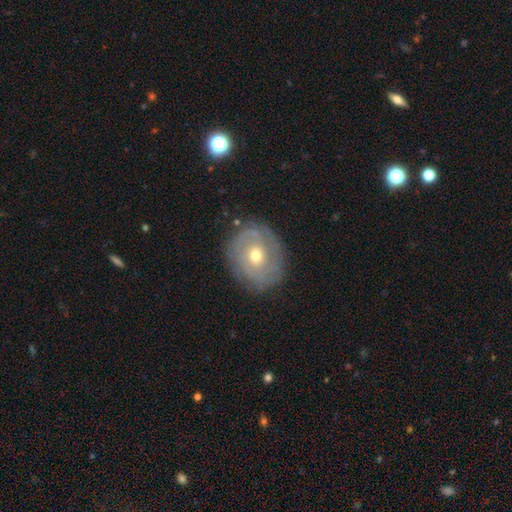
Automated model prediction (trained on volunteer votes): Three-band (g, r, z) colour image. It shows a featured or disk galaxy (68%) with no bar (75%), spiral arms (76%) and a moderate central bulge (57%). Merging: none (80%).